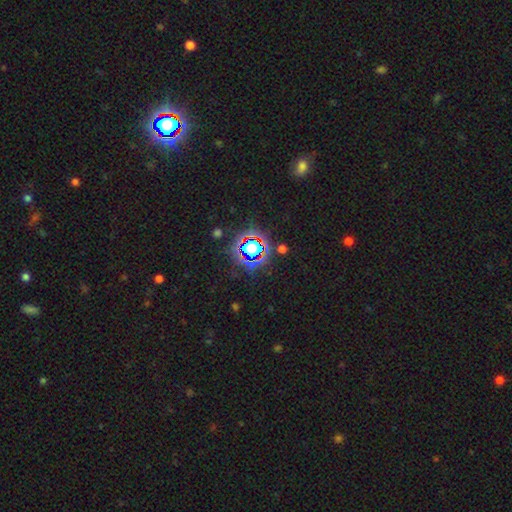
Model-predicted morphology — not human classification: A star or artifact, not a galaxy (80%).